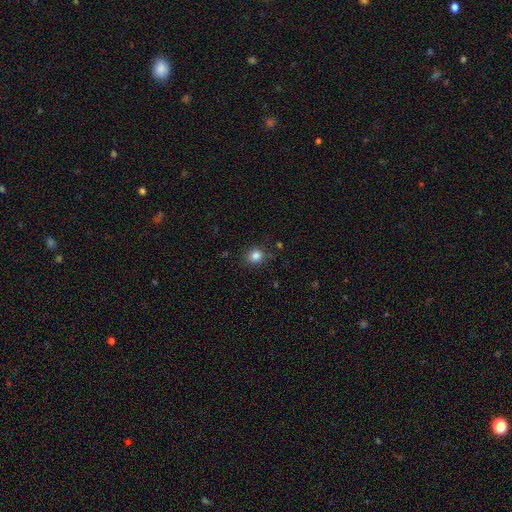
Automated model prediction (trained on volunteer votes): A smooth galaxy with no disk features (84%) that is round (79%). Merging: none (85%).